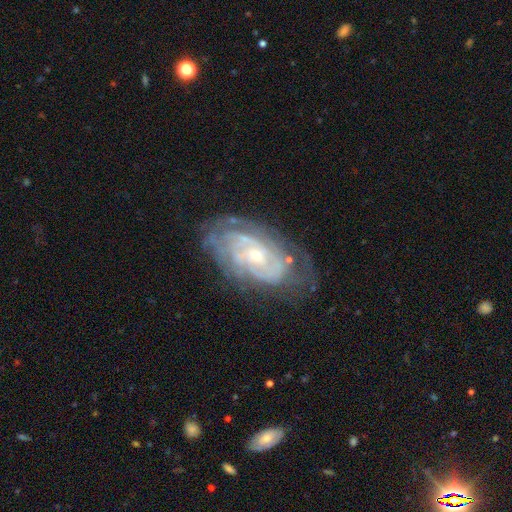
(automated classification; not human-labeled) Smooth or featured? Predicted: featured or disk (p=0.83). Edge-on disk? Predicted: no (p=0.94). Bar? Predicted: no (p=0.74). Spiral arms? Predicted: yes (p=0.89). Spiral winding? Predicted: tight (p=0.74). Spiral arm count? Predicted: can't tell (p=0.51). Bulge size? Predicted: small (p=0.69). Merging? Predicted: none (p=0.65).